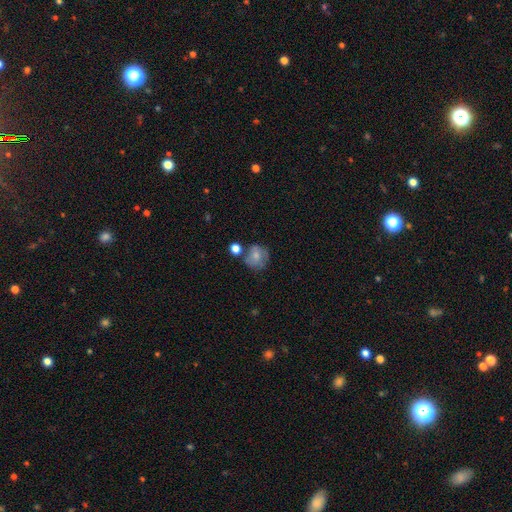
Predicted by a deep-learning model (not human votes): Overall: smooth (69%). How rounded: round (80%). Merging: none (53%; minor disturbance 20%).